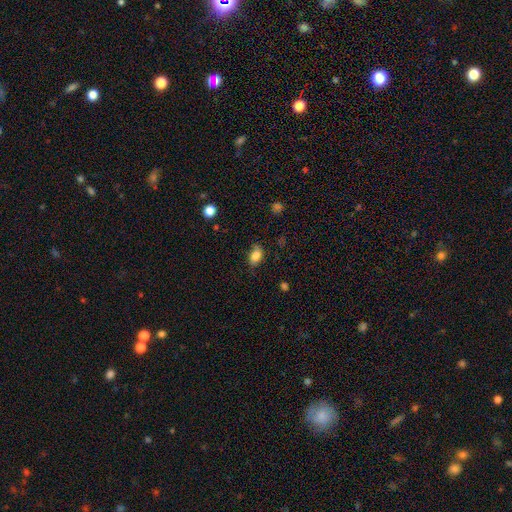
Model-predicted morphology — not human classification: The model was most divided on "merging": none: 74%, minor disturbance: 20%, major disturbance: 4%, merger: 2%. More confident: how rounded — in between (85%); smooth or featured — smooth (82%).